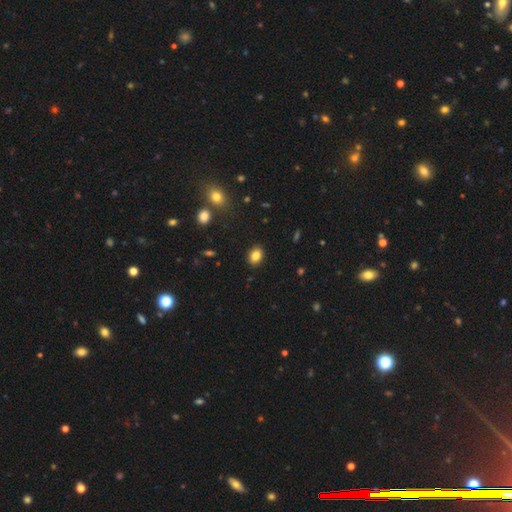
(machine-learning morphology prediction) Smooth or featured: smooth — 84% (star or artifact — 10%)
How rounded: in between — 63% (round — 36%)
Merging: none — 89% (minor disturbance — 7%)